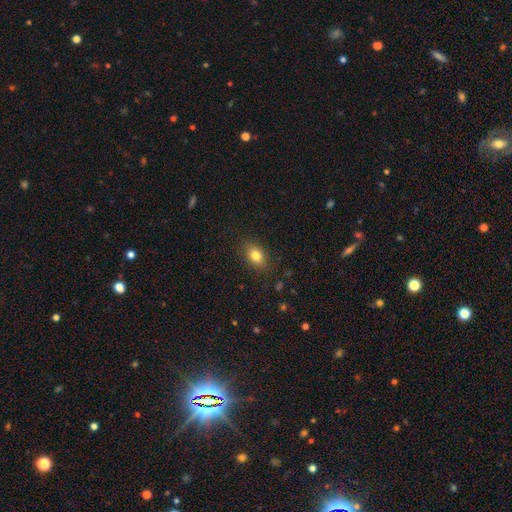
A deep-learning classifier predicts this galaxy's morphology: Smooth or featured?
  - smooth: 80% *
  - star or artifact: 10%
  - featured or disk: 9%
How rounded?
  - in between: 75% *
  - round: 24%
  - cigar-shaped: 2%
Merging?
  - none: 86% *
  - minor disturbance: 10%
  - major disturbance: 3%
  - merger: 1%